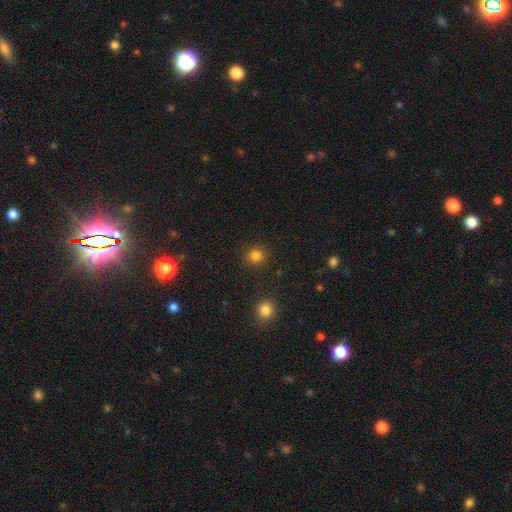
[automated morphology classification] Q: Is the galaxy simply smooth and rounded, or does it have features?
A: smooth — 82%.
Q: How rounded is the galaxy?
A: round — 92%.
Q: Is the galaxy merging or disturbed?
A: none — 90%.